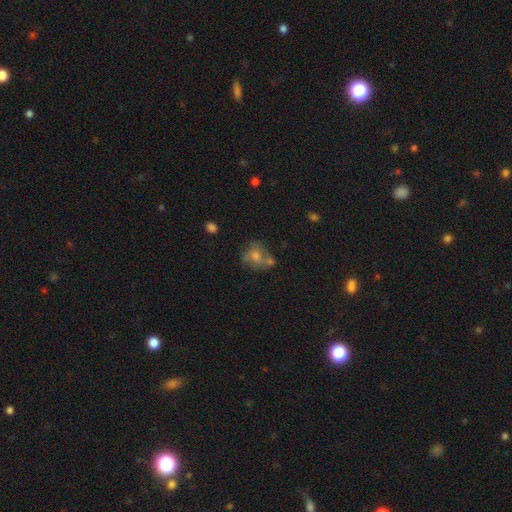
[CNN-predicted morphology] The model was most divided on "smooth or featured": smooth: 54%, featured or disk: 31%, star or artifact: 15%. Remaining: how rounded — round (66%); merging — none (47%).